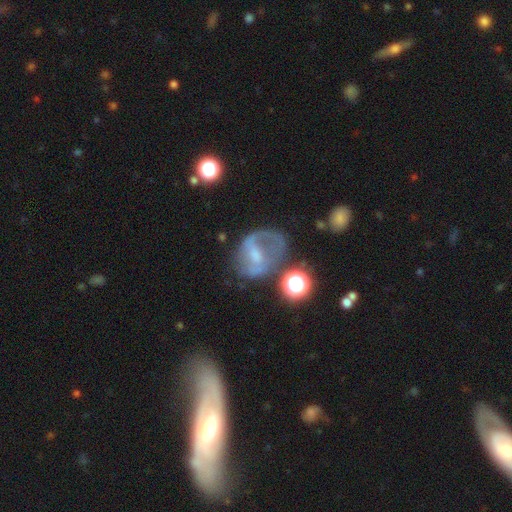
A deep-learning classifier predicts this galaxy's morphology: Smooth or featured? featured or disk (63%)
Edge-on disk? no (96%)
Bar? weak (44%)
Spiral arms? yes (62%)
Bulge size? small (39%)
Merging? none (46%)